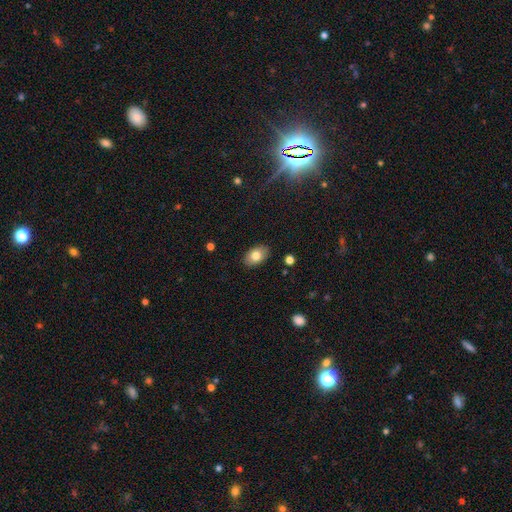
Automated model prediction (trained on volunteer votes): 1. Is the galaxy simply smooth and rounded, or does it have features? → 79% smooth, 13% featured or disk, 8% star or artifact.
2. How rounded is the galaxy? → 88% in between, 11% round, 1% cigar-shaped.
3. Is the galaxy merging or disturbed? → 88% none, 9% minor disturbance, 2% major disturbance, 1% merger.